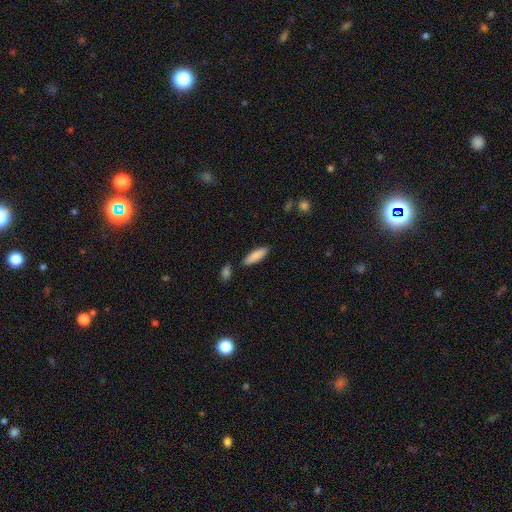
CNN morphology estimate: Smooth or featured?
  - smooth: 88% *
  - featured or disk: 7%
  - star or artifact: 6%
How rounded?
  - cigar-shaped: 51% *
  - in between: 47%
  - round: 2%
Merging?
  - none: 82% *
  - minor disturbance: 10%
  - merger: 5%
  - major disturbance: 2%